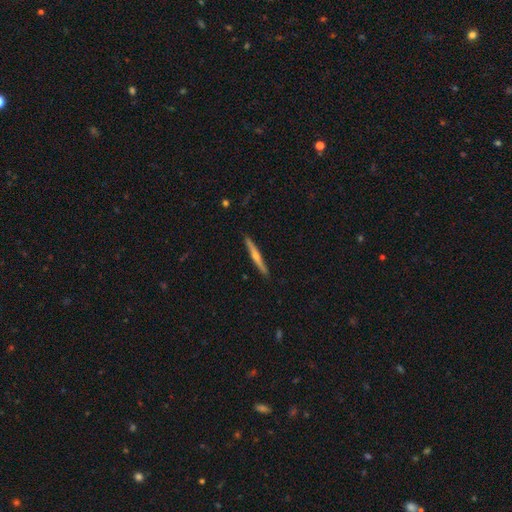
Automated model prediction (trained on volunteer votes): A featured or disk galaxy (68%) viewed edge-on (97%) with a rounded central bulge (80%). Merging: none (91%).